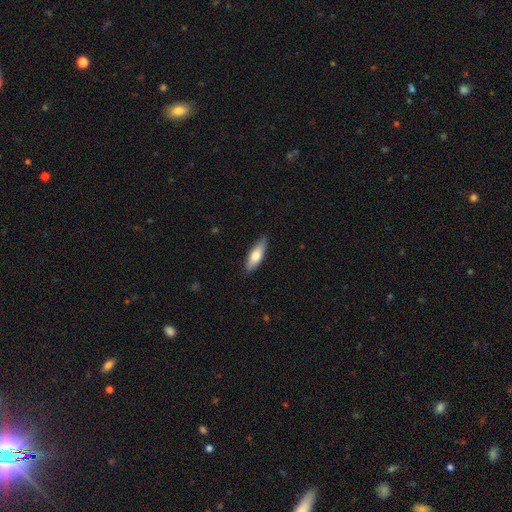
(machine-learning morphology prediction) smooth 70%, featured or disk 25%, star or artifact 6%. Down the decision tree: how rounded — in between (53%); merging — none (87%).